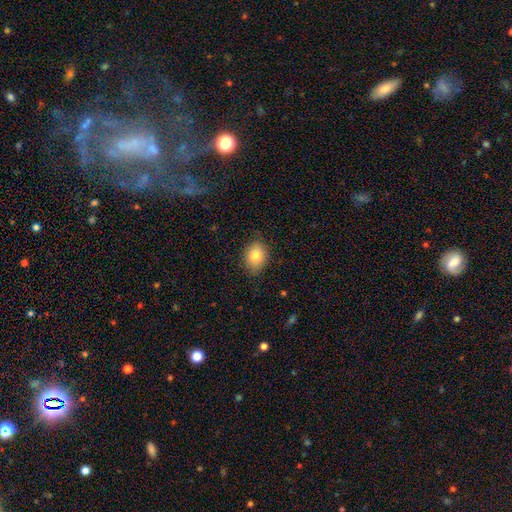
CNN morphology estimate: Smooth or featured?
  - smooth: 82% *
  - featured or disk: 9%
  - star or artifact: 9%
How rounded?
  - in between: 57% *
  - round: 42%
  - cigar-shaped: 1%
Merging?
  - none: 82% *
  - minor disturbance: 15%
  - major disturbance: 3%
  - merger: 1%